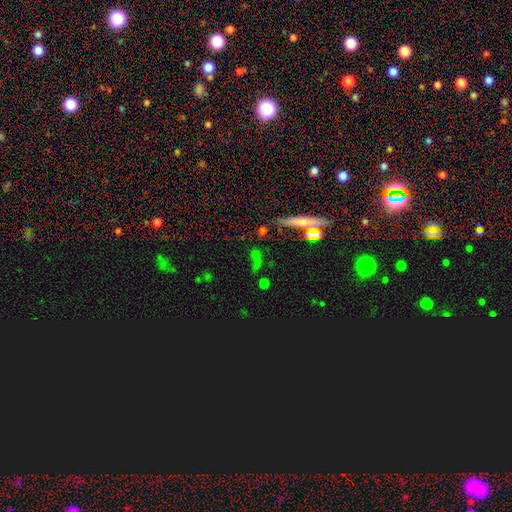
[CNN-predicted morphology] smooth-or-featured: smooth: 44% | star or artifact: 31% | featured or disk: 25%
  merging: none: 56% | minor disturbance: 17% | major disturbance: 14% | merger: 14%